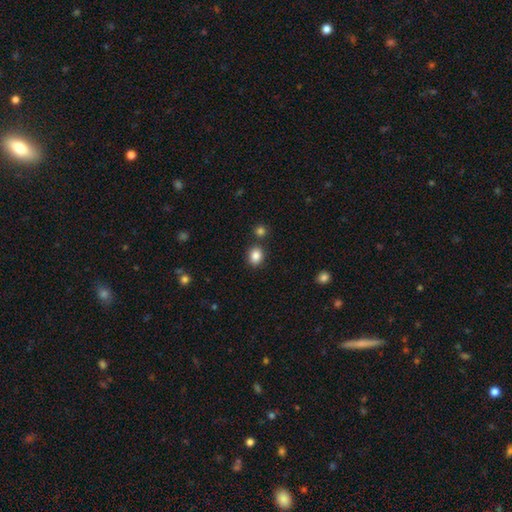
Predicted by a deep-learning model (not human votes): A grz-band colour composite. It shows a smooth galaxy with no disk features (85%) that is round (58%). Merging: none (79%).